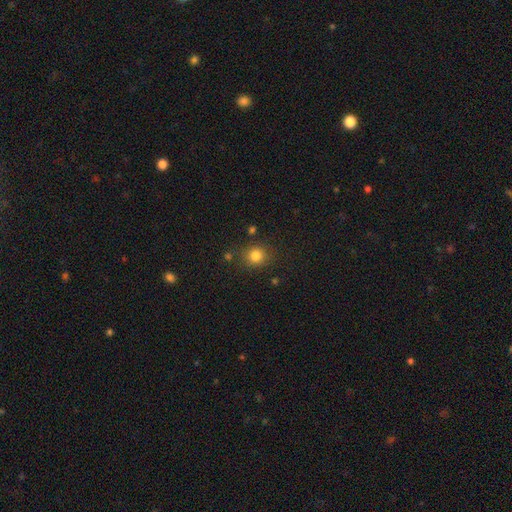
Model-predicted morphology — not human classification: smooth 82%, star or artifact 13%, featured or disk 5%. Down the decision tree: how rounded — round (83%); merging — none (82%).